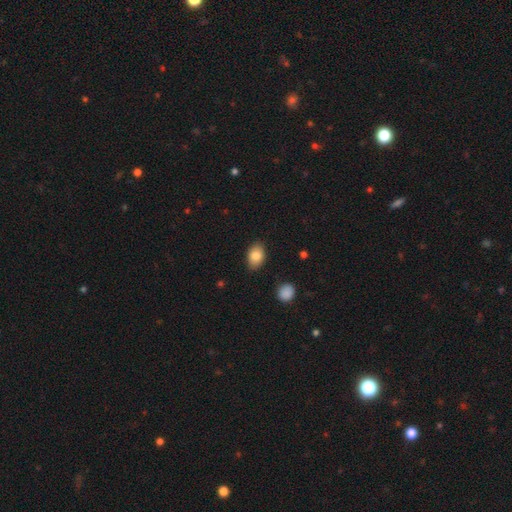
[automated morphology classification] The model was most divided on "how rounded": in between: 85%, round: 14%, cigar-shaped: 1%. More confident: merging — none (86%); smooth or featured — smooth (84%).